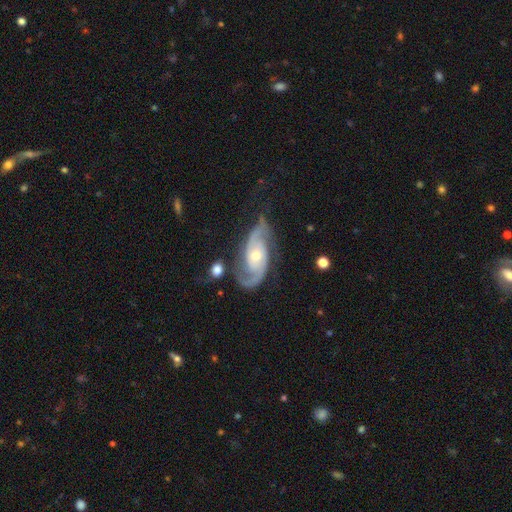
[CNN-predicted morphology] Smooth or featured?
  - featured or disk: 90% *
  - smooth: 5%
  - star or artifact: 5%
Edge-on disk?
  - no: 96% *
  - yes: 4%
Bar?
  - no: 63% *
  - weak: 29%
  - strong: 8%
Spiral arms?
  - yes: 98% *
  - no: 2%
Spiral winding?
  - medium: 48% *
  - tight: 37%
  - loose: 15%
Spiral arm count?
  - 2: 88% *
  - can't tell: 4%
  - 3: 3%
  - 1: 2%
  - 4: 1%
  - more than 4: 1%
Bulge size?
  - moderate: 53% *
  - small: 43%
  - large: 2%
  - none: 1%
  - dominant: 1%
Merging?
  - none: 69% *
  - minor disturbance: 19%
  - major disturbance: 9%
  - merger: 4%